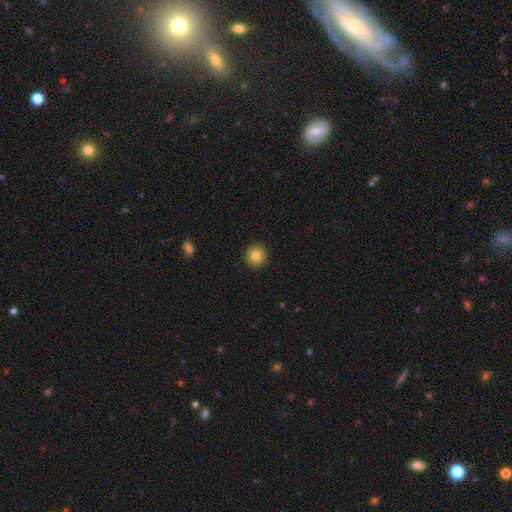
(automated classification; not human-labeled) smooth_or_featured: smooth (p=0.84) [alt: star or artifact p=0.10]
how_rounded: round (p=0.92) [alt: in between p=0.07]
merging: none (p=0.92) [alt: minor disturbance p=0.05]